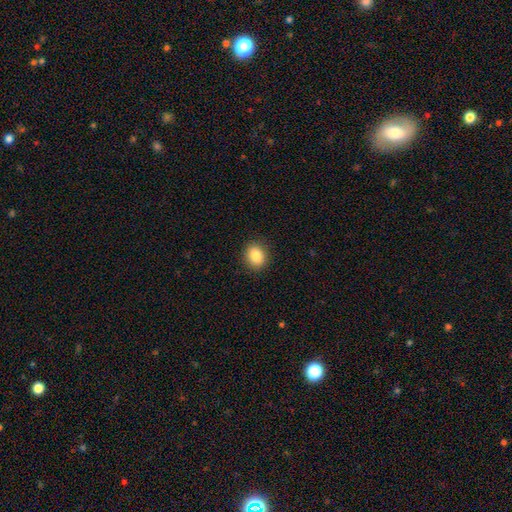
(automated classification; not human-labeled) Smooth or featured?
  - smooth: 84% *
  - star or artifact: 9%
  - featured or disk: 7%
How rounded?
  - round: 57% *
  - in between: 42%
  - cigar-shaped: 1%
Merging?
  - none: 90% *
  - minor disturbance: 7%
  - major disturbance: 2%
  - merger: 1%